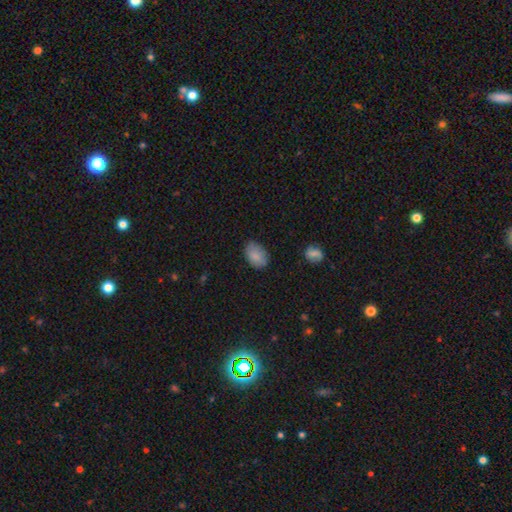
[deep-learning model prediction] Smooth or featured?
  - smooth: 85% *
  - star or artifact: 8%
  - featured or disk: 7%
How rounded?
  - in between: 86% *
  - round: 12%
  - cigar-shaped: 1%
Merging?
  - none: 77% *
  - minor disturbance: 18%
  - major disturbance: 3%
  - merger: 1%